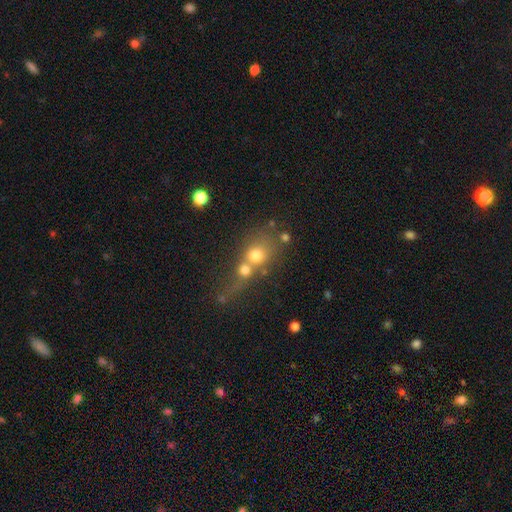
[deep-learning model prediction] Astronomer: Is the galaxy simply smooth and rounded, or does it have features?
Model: smooth — 66%.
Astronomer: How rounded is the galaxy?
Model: round — 70%.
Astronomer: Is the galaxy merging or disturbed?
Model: merger — 63%.